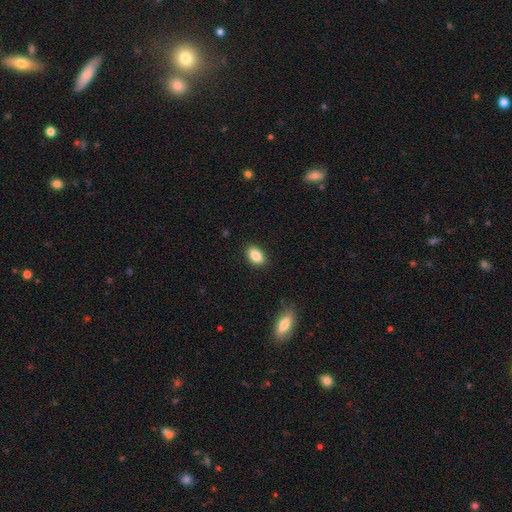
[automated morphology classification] This appears to be a smooth galaxy with no disk features (86%) that is in between round and cigar-shaped (88%). Merging: none (89%).